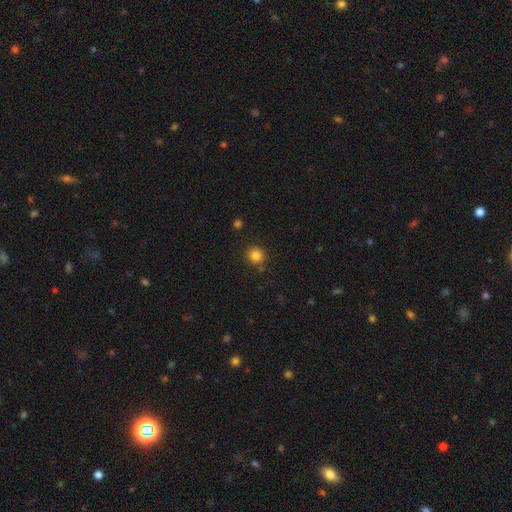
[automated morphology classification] Smooth or featured: smooth — 83% (star or artifact — 12%)
How rounded: round — 90% (in between — 9%)
Merging: none — 87% (minor disturbance — 8%)